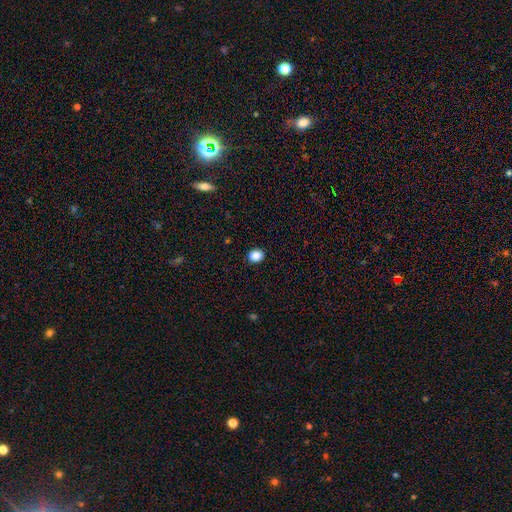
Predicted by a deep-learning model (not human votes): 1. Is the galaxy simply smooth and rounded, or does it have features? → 87% smooth, 10% star or artifact, 3% featured or disk.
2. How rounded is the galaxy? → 68% round, 31% in between, 1% cigar-shaped.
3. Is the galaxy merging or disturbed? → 92% none, 6% minor disturbance, 2% major disturbance, 1% merger.